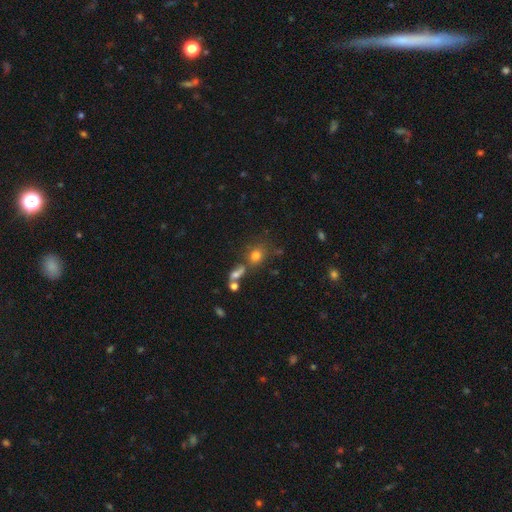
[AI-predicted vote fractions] A smooth galaxy with no disk features (73%) that is round (61%).

Vote fractions:
- Smooth or featured? smooth: 73% / star or artifact: 17% / featured or disk: 11%
- How rounded? round: 61% / in between: 37% / cigar-shaped: 2%
- Merging? none: 57% / merger: 22% / minor disturbance: 14% / major disturbance: 7%